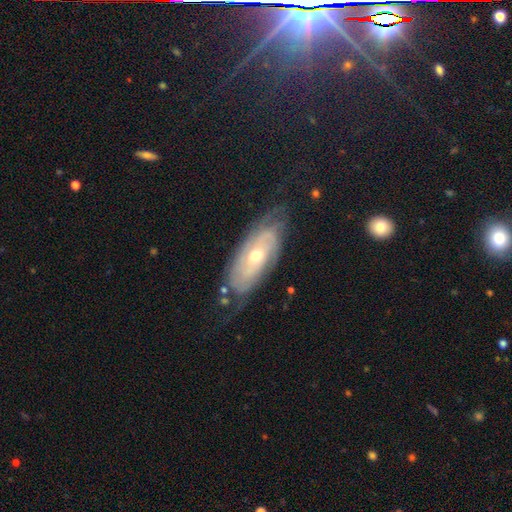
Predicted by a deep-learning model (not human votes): Q: Smooth or featured?
A: featured or disk (75%); runner-up: smooth (17%)
Q: Edge-on disk?
A: no (87%); runner-up: yes (13%)
Q: Bar?
A: no (76%); runner-up: weak (19%)
Q: Spiral arms?
A: yes (82%); runner-up: no (18%)
Q: Spiral winding?
A: tight (70%); runner-up: medium (22%)
Q: Spiral arm count?
A: can't tell (55%); runner-up: 2 (27%)
Q: Bulge size?
A: moderate (58%); runner-up: small (38%)
Q: Merging?
A: none (68%); runner-up: minor disturbance (21%)